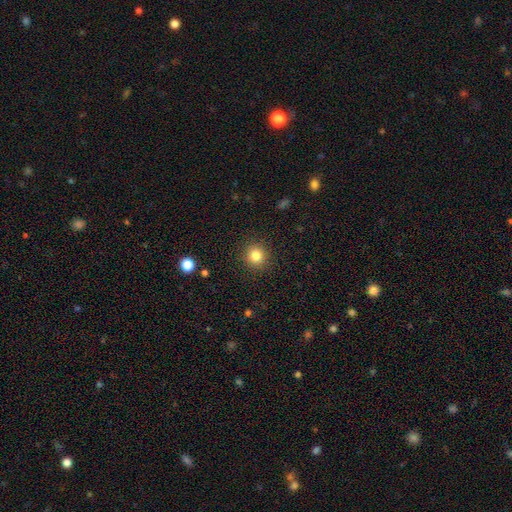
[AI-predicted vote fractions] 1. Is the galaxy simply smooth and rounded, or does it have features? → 82% smooth, 12% star or artifact, 6% featured or disk.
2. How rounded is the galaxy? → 92% round, 7% in between, 1% cigar-shaped.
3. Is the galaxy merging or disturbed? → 91% none, 6% minor disturbance, 2% major disturbance, 1% merger.